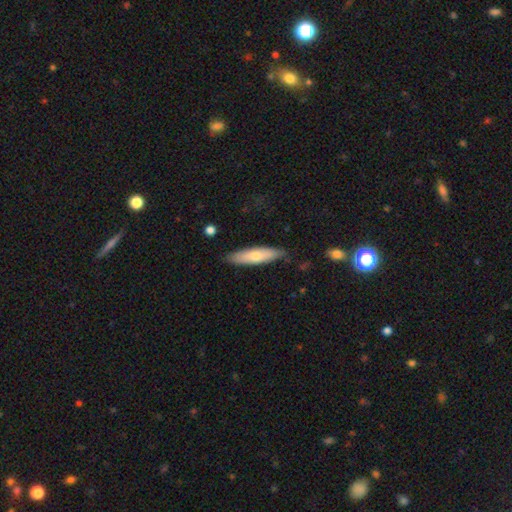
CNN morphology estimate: Overall: smooth (66%; featured or disk 29%). How rounded: cigar-shaped (68%; in between 30%). Merging: none (83%).